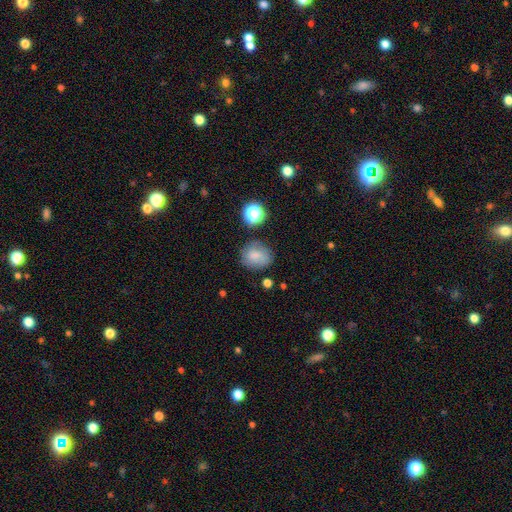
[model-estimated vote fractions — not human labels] smooth-or-featured: smooth: 73% | featured or disk: 14% | star or artifact: 12%
  how-rounded: round: 70% | in between: 29% | cigar-shaped: 1%
  merging: none: 70% | minor disturbance: 19% | major disturbance: 6% | merger: 5%